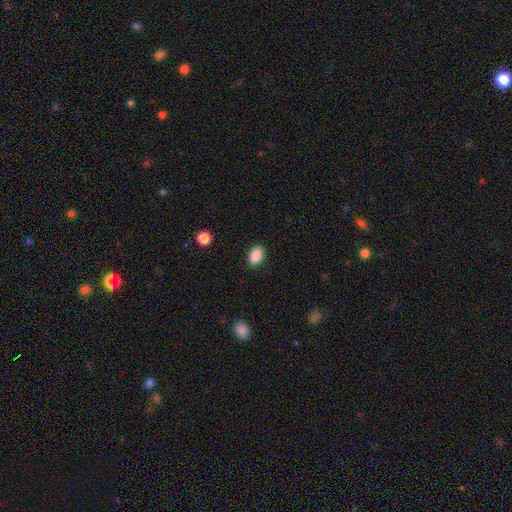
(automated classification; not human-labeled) smooth-or-featured: smooth: 89% | star or artifact: 8% | featured or disk: 3%
  how-rounded: in between: 85% | round: 14% | cigar-shaped: 1%
  merging: none: 89% | minor disturbance: 8% | major disturbance: 2% | merger: 1%